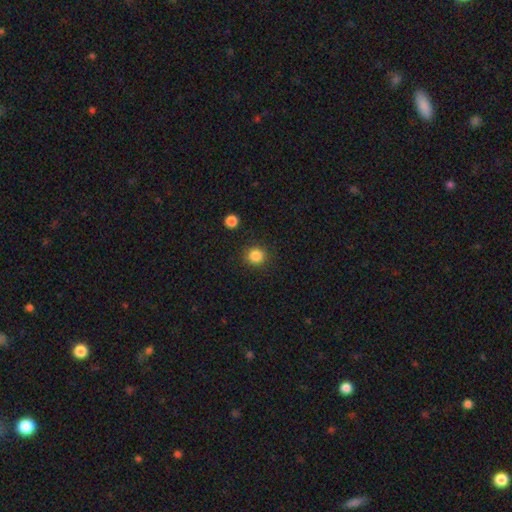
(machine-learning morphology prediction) smooth 85%, star or artifact 11%, featured or disk 4%. Down the decision tree: how rounded — round (92%); merging — none (90%).